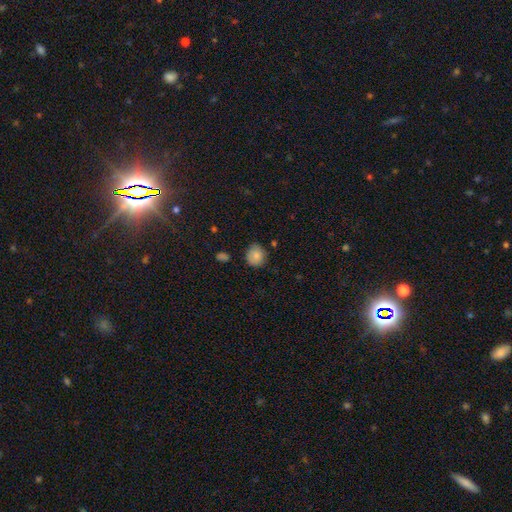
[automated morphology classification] Smooth or featured: smooth — 82% (star or artifact — 9%)
How rounded: round — 78% (in between — 21%)
Merging: none — 76% (minor disturbance — 18%)